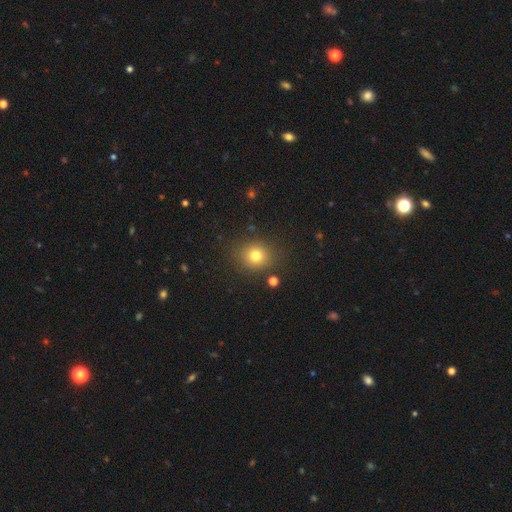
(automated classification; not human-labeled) Q: Smooth or featured?
A: smooth (77%); runner-up: star or artifact (14%)
Q: How rounded?
A: round (77%); runner-up: in between (22%)
Q: Merging?
A: none (84%); runner-up: minor disturbance (9%)